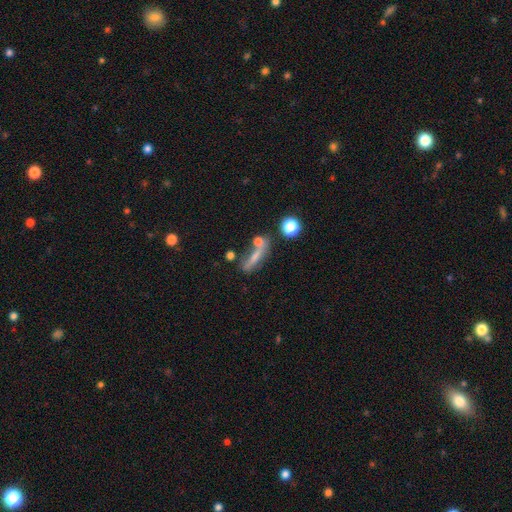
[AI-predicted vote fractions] Overall: smooth (58%; featured or disk 29%). How rounded: cigar-shaped (67%). Merging: none (49%; merger 22%).